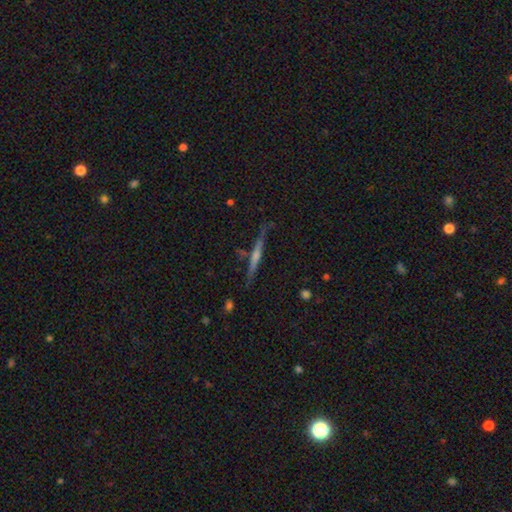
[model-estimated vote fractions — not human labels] smooth-or-featured: featured or disk: 65% | smooth: 27% | star or artifact: 8%
  disk-edge-on: yes: 97% | no: 3%
    edge-on-bulge: rounded: 47% | none: 43% | boxy: 10%
  merging: none: 83% | minor disturbance: 12% | merger: 3% | major disturbance: 3%